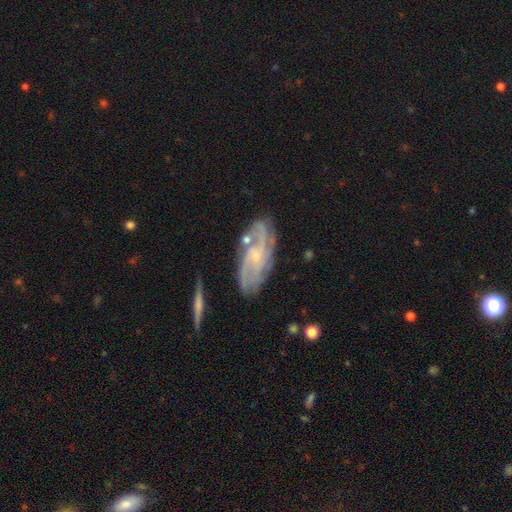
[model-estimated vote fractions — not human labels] Smooth or featured?
  - featured or disk: 80% *
  - smooth: 13%
  - star or artifact: 7%
Edge-on disk?
  - no: 92% *
  - yes: 8%
Bar?
  - no: 62% *
  - weak: 32%
  - strong: 6%
Spiral arms?
  - yes: 93% *
  - no: 7%
Spiral winding?
  - medium: 41% * (tied)
  - tight: 41% * (tied)
  - loose: 18%
Spiral arm count?
  - can't tell: 30% *
  - 2: 26%
  - 3: 21%
  - 4: 13%
  - more than 4: 5%
  - 1: 5%
Bulge size?
  - small: 71% *
  - moderate: 20%
  - none: 7%
  - large: 1%
  - dominant: 1%
Merging?
  - none: 70% *
  - minor disturbance: 18%
  - major disturbance: 6%
  - merger: 6%